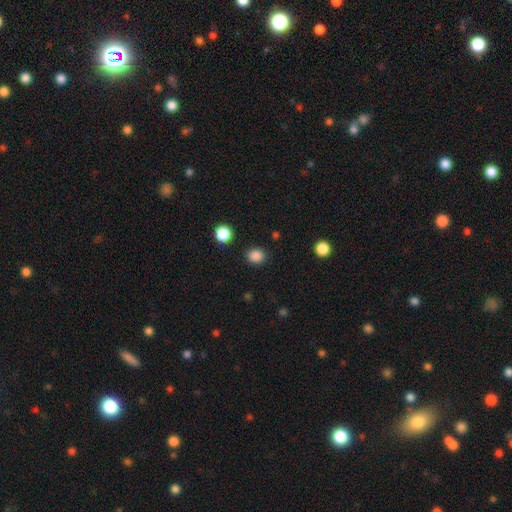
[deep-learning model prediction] smooth 86%, star or artifact 11%, featured or disk 3%. Down the decision tree: how rounded — round (74%); merging — none (89%).